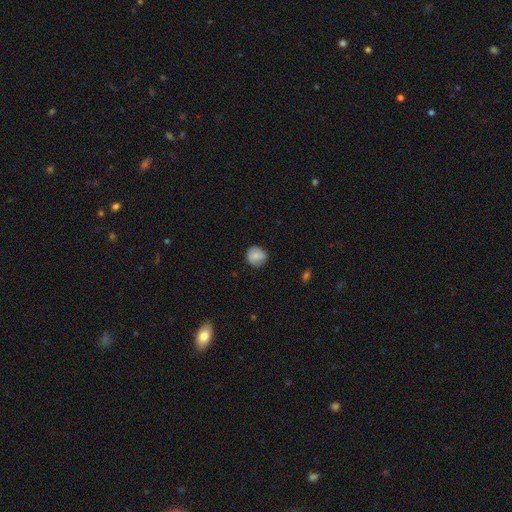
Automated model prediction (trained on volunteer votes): Overall: smooth (76%). How rounded: round (86%). Merging: none (79%).